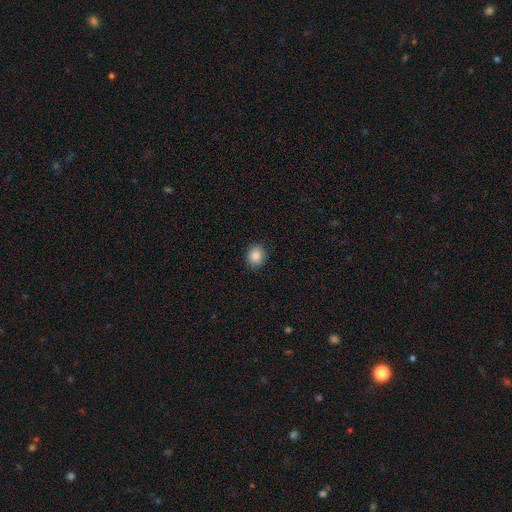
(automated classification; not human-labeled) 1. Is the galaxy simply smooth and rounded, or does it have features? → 87% smooth, 9% star or artifact, 4% featured or disk.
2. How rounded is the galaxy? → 68% round, 31% in between, 1% cigar-shaped.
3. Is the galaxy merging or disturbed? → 88% none, 9% minor disturbance, 2% major disturbance, 1% merger.